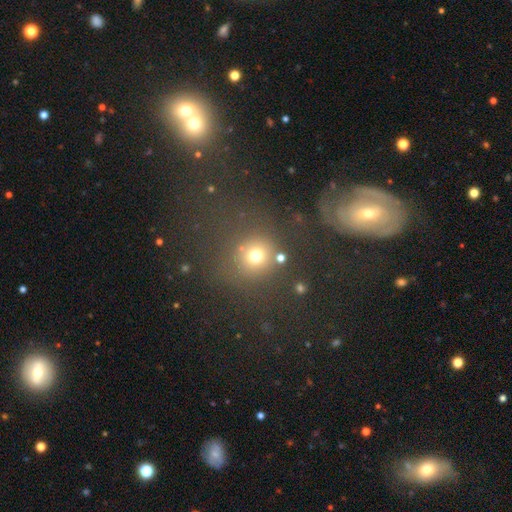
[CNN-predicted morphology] smooth_or_featured: smooth (p=0.72) [alt: star or artifact p=0.20]
how_rounded: round (p=0.88) [alt: in between p=0.11]
merging: none (p=0.74) [alt: minor disturbance p=0.11]